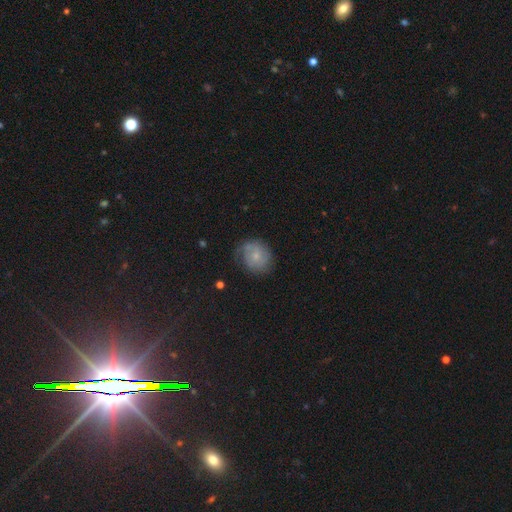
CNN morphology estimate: Smooth or featured: featured or disk — 48% (smooth — 43%)
Merging: none — 62% (minor disturbance — 25%)